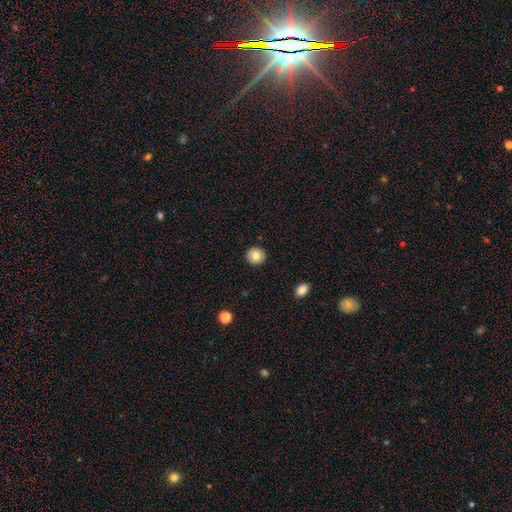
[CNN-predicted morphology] Q: Smooth or featured?
A: smooth (78%); runner-up: featured or disk (14%)
Q: How rounded?
A: round (90%); runner-up: in between (9%)
Q: Merging?
A: none (91%); runner-up: minor disturbance (6%)